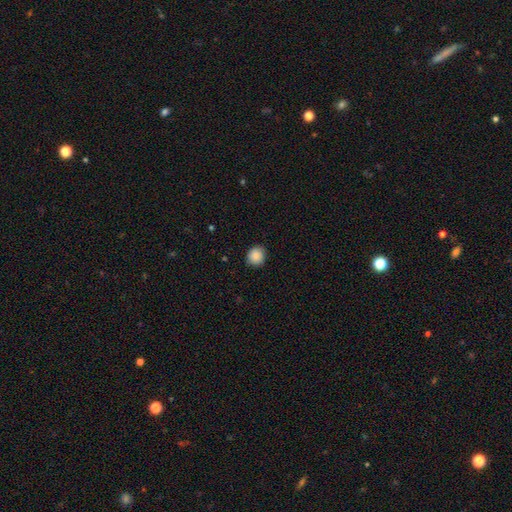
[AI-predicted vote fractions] A smooth galaxy with no disk features (86%) that is round (83%).

Vote fractions:
- Smooth or featured? smooth: 86% / star or artifact: 8% / featured or disk: 5%
- How rounded? round: 83% / in between: 16% / cigar-shaped: 1%
- Merging? none: 87% / minor disturbance: 10% / major disturbance: 2% / merger: 1%